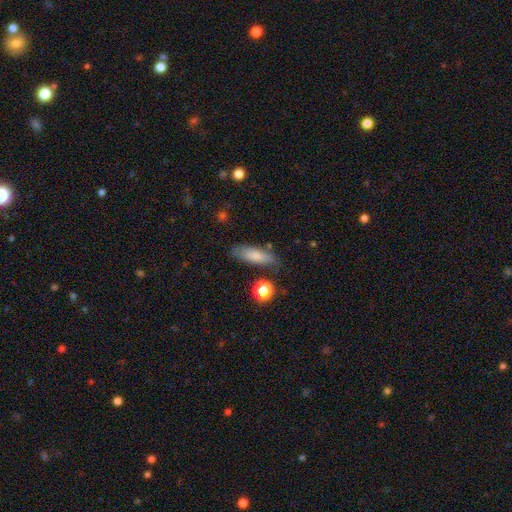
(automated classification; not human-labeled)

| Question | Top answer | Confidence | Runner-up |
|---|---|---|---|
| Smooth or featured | smooth | 78% | featured or disk (14%) |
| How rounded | in between | 56% | cigar-shaped (41%) |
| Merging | none | 75% | minor disturbance (17%) |